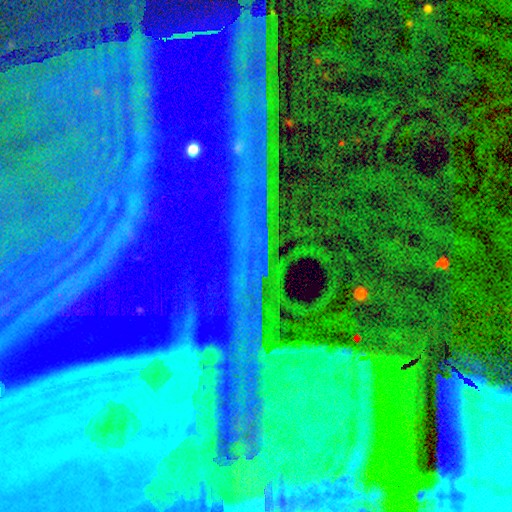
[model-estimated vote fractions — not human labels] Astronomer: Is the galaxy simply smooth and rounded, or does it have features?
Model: star or artifact — 85%.